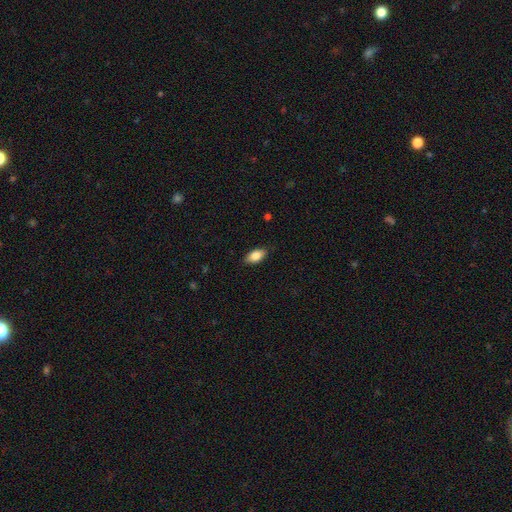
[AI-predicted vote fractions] A smooth galaxy with no disk features (85%) that is in between round and cigar-shaped (92%). Merging: none (86%).